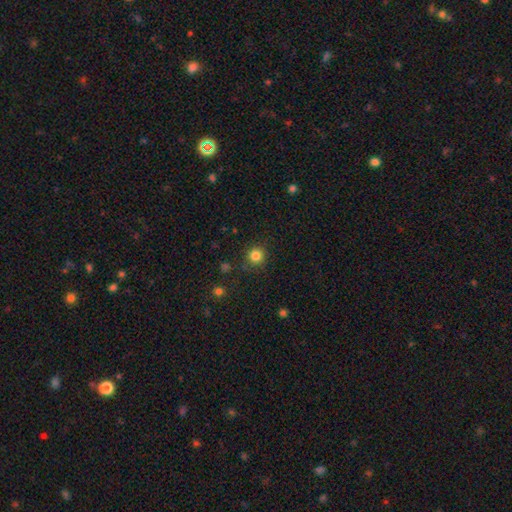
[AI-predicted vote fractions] smooth_or_featured: smooth (p=0.83) [alt: star or artifact p=0.12]
how_rounded: round (p=0.93) [alt: in between p=0.06]
merging: none (p=0.87) [alt: minor disturbance p=0.08]